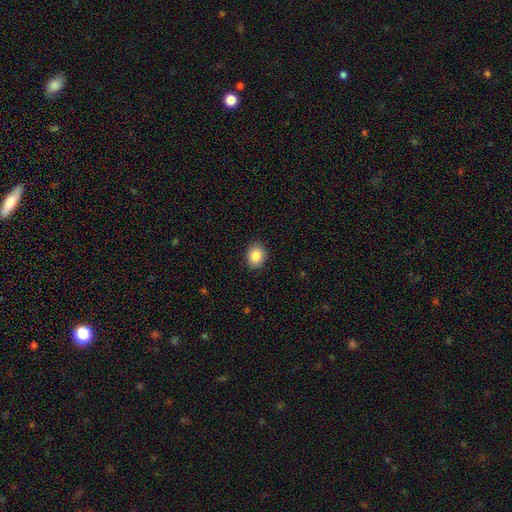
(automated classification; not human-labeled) A smooth galaxy with no disk features (86%) that is round (58%).

Vote fractions:
- Smooth or featured? smooth: 86% / star or artifact: 8% / featured or disk: 6%
- How rounded? round: 58% / in between: 41% / cigar-shaped: 1%
- Merging? none: 89% / minor disturbance: 8% / major disturbance: 2% / merger: 1%